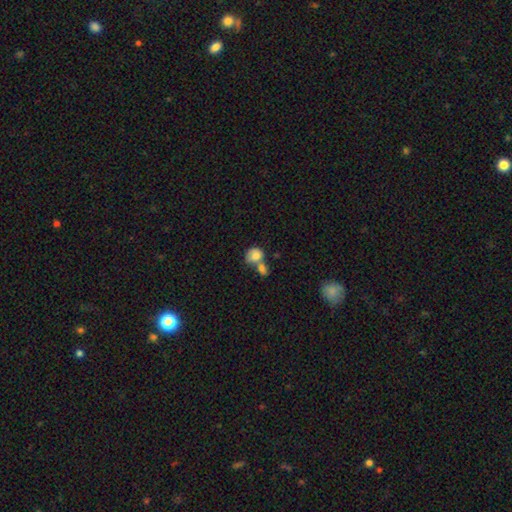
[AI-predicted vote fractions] Smooth or featured? smooth (77%)
How rounded? round (54%)
Merging? merger (61%)